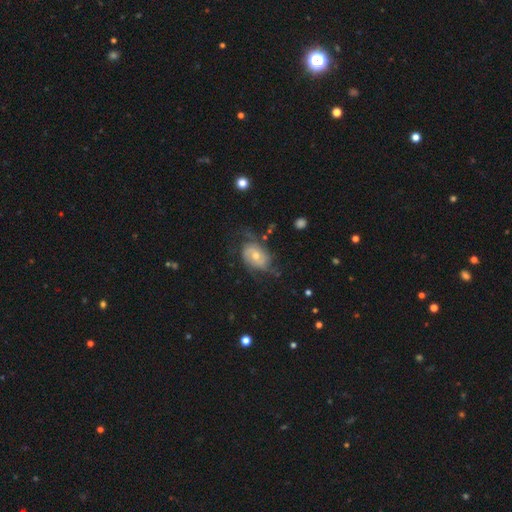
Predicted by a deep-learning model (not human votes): Smooth or featured? Predicted: featured or disk (p=0.66). Edge-on disk? Predicted: no (p=0.96). Bar? Predicted: no (p=0.68). Spiral arms? Predicted: yes (p=0.83). Spiral winding? Predicted: medium (p=0.38). Spiral arm count? Predicted: 2 (p=0.52). Bulge size? Predicted: moderate (p=0.58). Merging? Predicted: none (p=0.49).